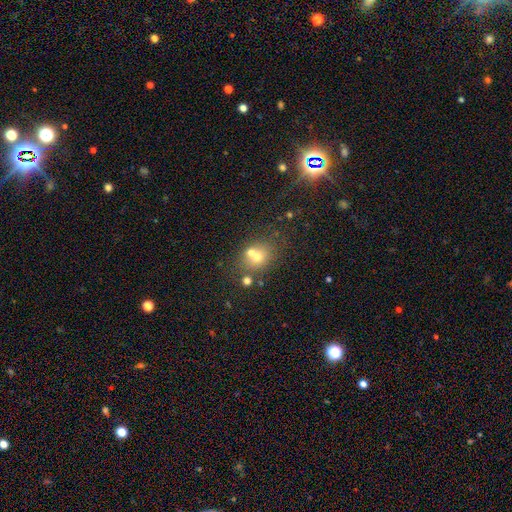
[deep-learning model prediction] Smooth or featured? smooth (58%)
How rounded? round (65%)
Merging? none (47%)